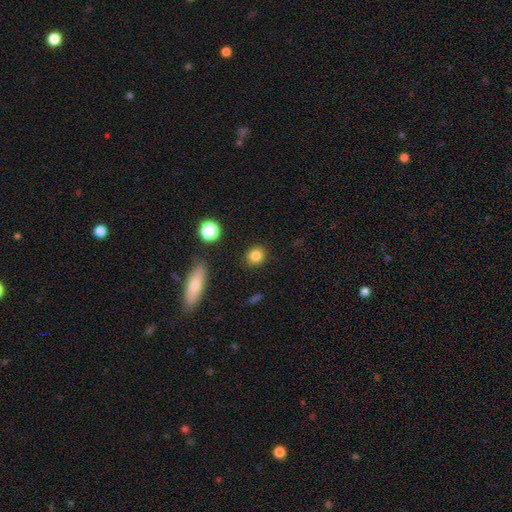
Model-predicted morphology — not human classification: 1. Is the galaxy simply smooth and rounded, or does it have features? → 83% smooth, 11% star or artifact, 6% featured or disk.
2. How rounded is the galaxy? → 84% round, 15% in between, 1% cigar-shaped.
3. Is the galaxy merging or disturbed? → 89% none, 7% minor disturbance, 2% major disturbance, 2% merger.